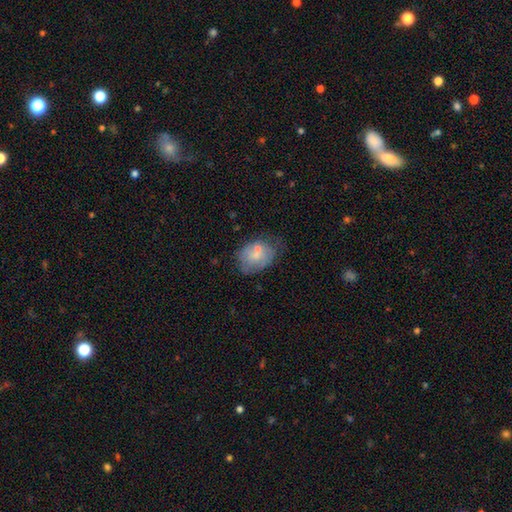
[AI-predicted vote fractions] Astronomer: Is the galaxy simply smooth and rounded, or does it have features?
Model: smooth — 61%.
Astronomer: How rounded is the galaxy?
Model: in between — 71%.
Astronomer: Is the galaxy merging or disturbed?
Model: none — 45% (runner-up: minor disturbance, 28%).